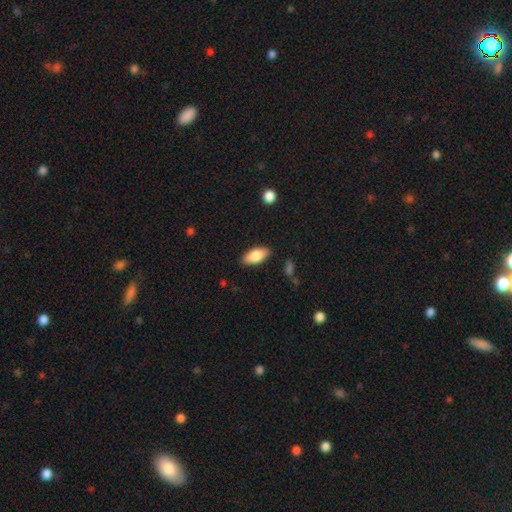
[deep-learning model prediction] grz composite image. It shows a smooth galaxy with no disk features (81%) that is in between round and cigar-shaped (87%). Merging: none (86%).